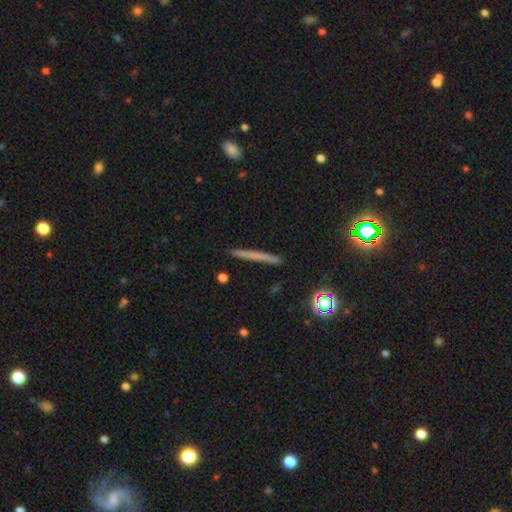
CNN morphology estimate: Smooth or featured? smooth (55%)
How rounded? cigar-shaped (95%)
Merging? none (90%)